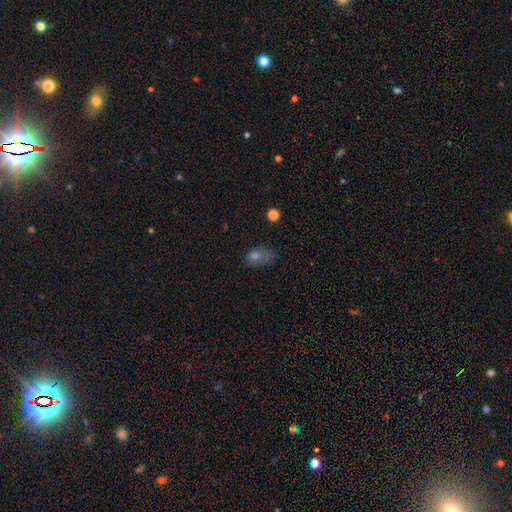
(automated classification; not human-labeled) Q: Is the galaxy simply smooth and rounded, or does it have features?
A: smooth — 63%.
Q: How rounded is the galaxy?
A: in between — 74%.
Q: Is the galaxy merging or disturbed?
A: none — 37%.